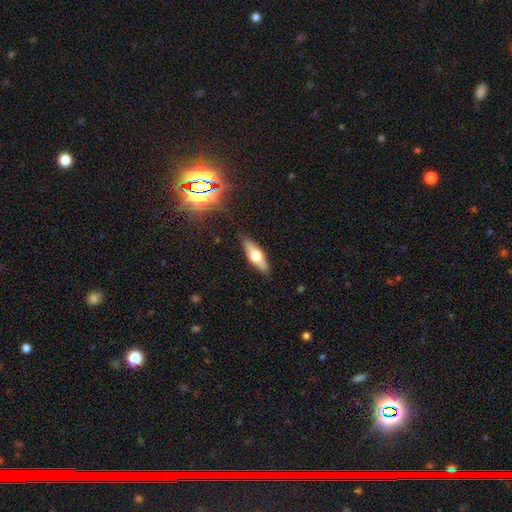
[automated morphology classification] smooth_or_featured: smooth (p=0.47) [alt: featured or disk p=0.46]
merging: none (p=0.87) [alt: minor disturbance p=0.10]